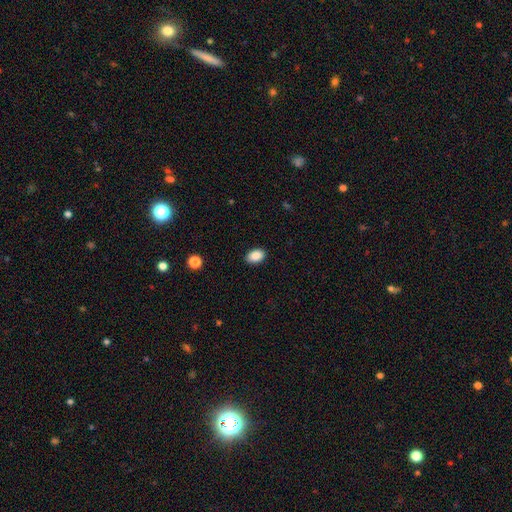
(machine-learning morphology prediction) smooth_or_featured: smooth (p=0.88) [alt: star or artifact p=0.08]
how_rounded: in between (p=0.84) [alt: round p=0.14]
merging: none (p=0.89) [alt: minor disturbance p=0.08]